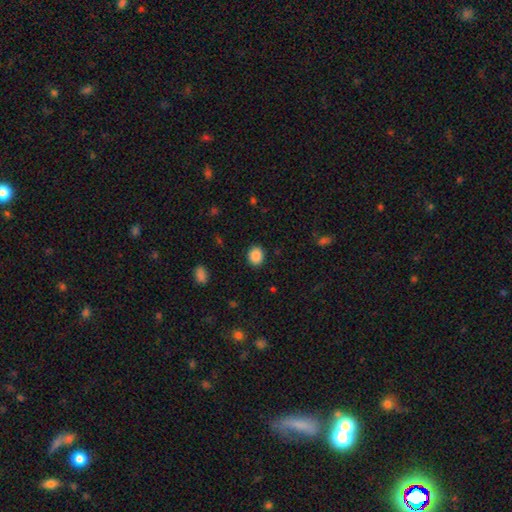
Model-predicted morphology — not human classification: A smooth galaxy with no disk features (88%) that is round (59%).

Vote fractions:
- Smooth or featured? smooth: 88% / star or artifact: 9% / featured or disk: 3%
- How rounded? round: 59% / in between: 40% / cigar-shaped: 1%
- Merging? none: 90% / minor disturbance: 7% / major disturbance: 2% / merger: 1%